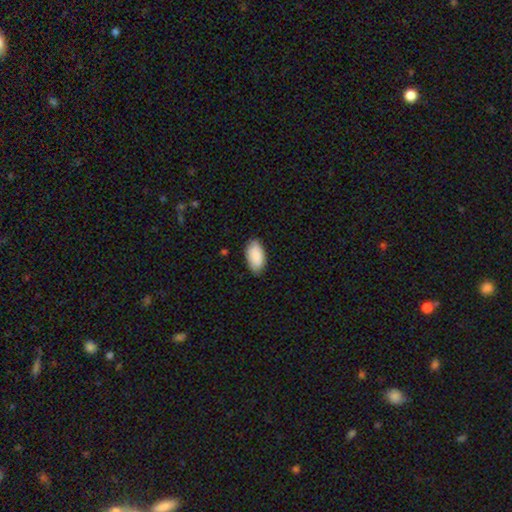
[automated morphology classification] smooth 89%, star or artifact 6%, featured or disk 5%. Down the decision tree: how rounded — in between (95%); merging — none (81%).